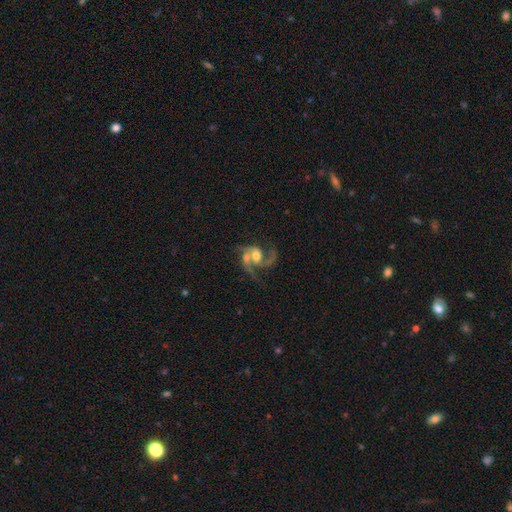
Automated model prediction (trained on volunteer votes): Smooth or featured? Predicted: featured or disk (p=0.81). Edge-on disk? Predicted: no (p=0.98). Bar? Predicted: no (p=0.58). Spiral arms? Predicted: yes (p=0.92). Spiral winding? Predicted: medium (p=0.47). Spiral arm count? Predicted: 2 (p=0.70). Bulge size? Predicted: moderate (p=0.57). Merging? Predicted: merger (p=0.46).